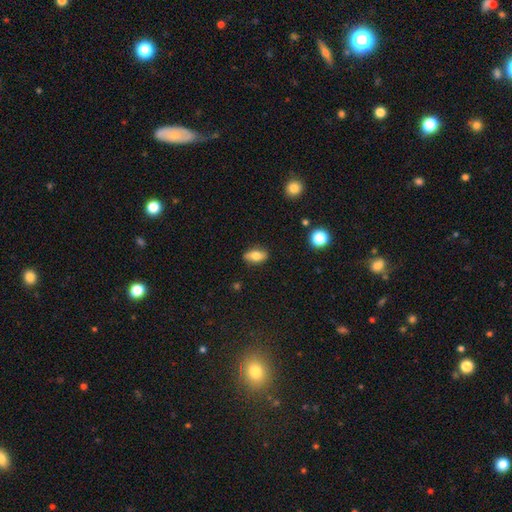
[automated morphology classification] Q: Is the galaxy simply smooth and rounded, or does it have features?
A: smooth — 69%.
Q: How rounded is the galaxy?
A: in between — 80%.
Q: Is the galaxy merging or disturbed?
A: none — 84%.